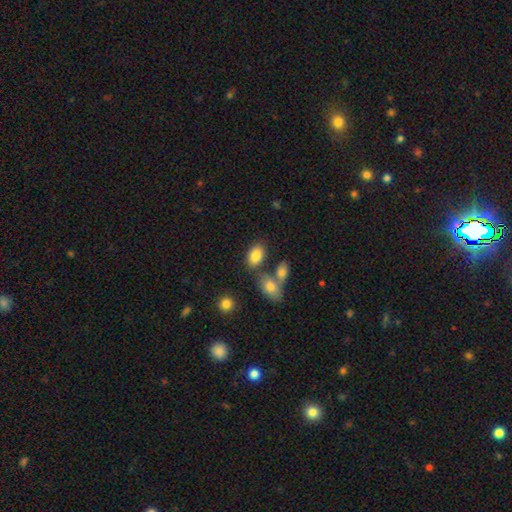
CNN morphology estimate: smooth 84%, featured or disk 8%, star or artifact 8%. Down the decision tree: how rounded — in between (89%); merging — none (63%).